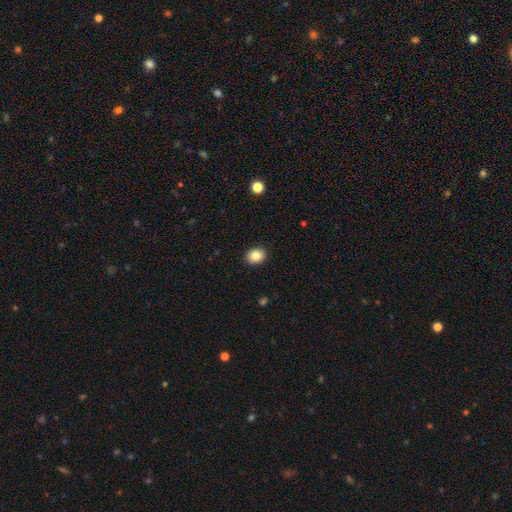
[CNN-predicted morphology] smooth_or_featured: smooth (p=0.84) [alt: star or artifact p=0.09]
how_rounded: round (p=0.55) [alt: in between p=0.44]
merging: none (p=0.91) [alt: minor disturbance p=0.07]